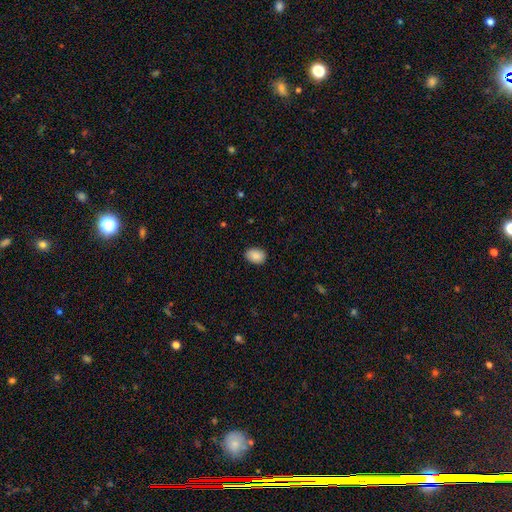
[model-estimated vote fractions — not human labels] smooth 88%, star or artifact 7%, featured or disk 4%. Down the decision tree: how rounded — in between (78%); merging — none (88%).